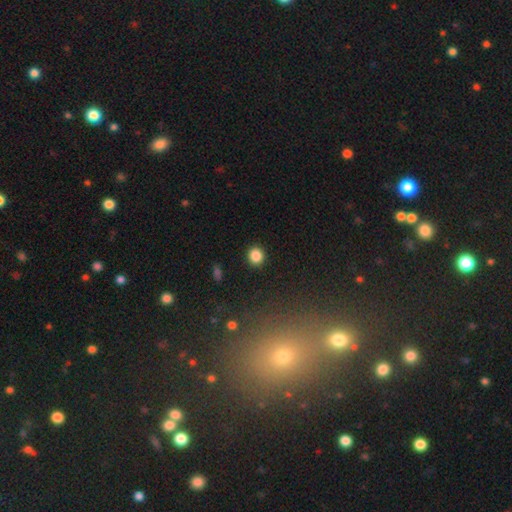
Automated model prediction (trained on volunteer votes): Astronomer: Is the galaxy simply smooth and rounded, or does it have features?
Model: smooth — 85%.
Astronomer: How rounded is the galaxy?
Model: round — 86%.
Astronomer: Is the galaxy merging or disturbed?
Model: none — 91%.